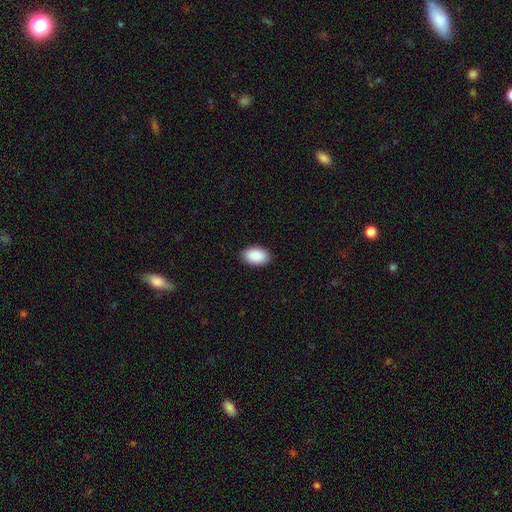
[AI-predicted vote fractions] Smooth or featured?
  - smooth: 91% *
  - star or artifact: 6%
  - featured or disk: 3%
How rounded?
  - in between: 92% *
  - round: 7%
  - cigar-shaped: 1%
Merging?
  - none: 89% *
  - minor disturbance: 8%
  - major disturbance: 2%
  - merger: 1%